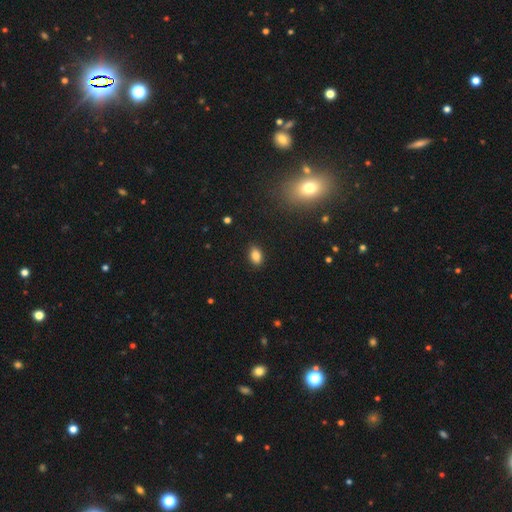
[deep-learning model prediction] Smooth or featured? smooth (85%)
How rounded? in between (88%)
Merging? none (88%)